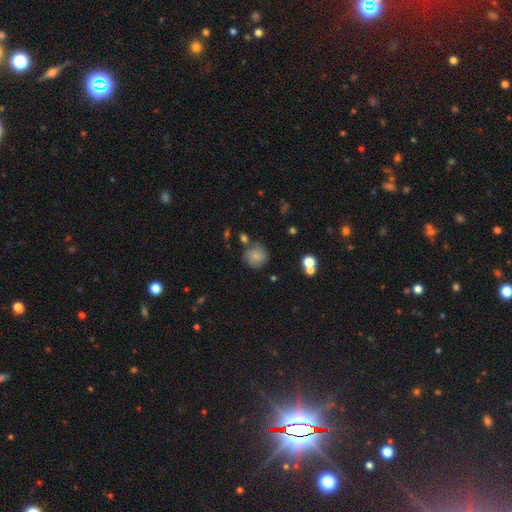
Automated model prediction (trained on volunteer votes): smooth-or-featured: smooth: 72% | featured or disk: 17% | star or artifact: 10%
  how-rounded: round: 88% | in between: 11% | cigar-shaped: 1%
  merging: none: 68% | minor disturbance: 18% | merger: 8% | major disturbance: 6%